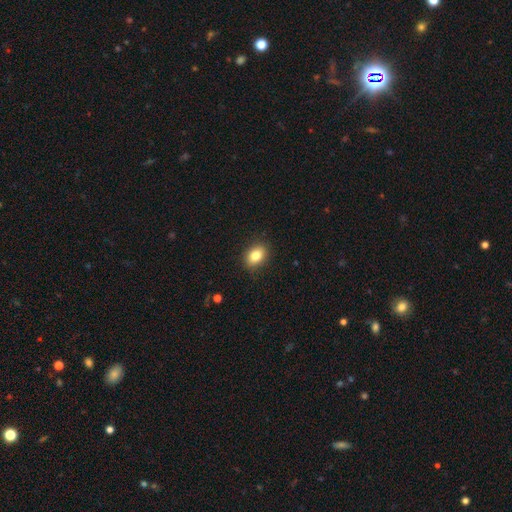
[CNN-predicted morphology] The model was most divided on "how rounded": in between: 74%, round: 25%, cigar-shaped: 1%. More confident: merging — none (88%); smooth or featured — smooth (83%).